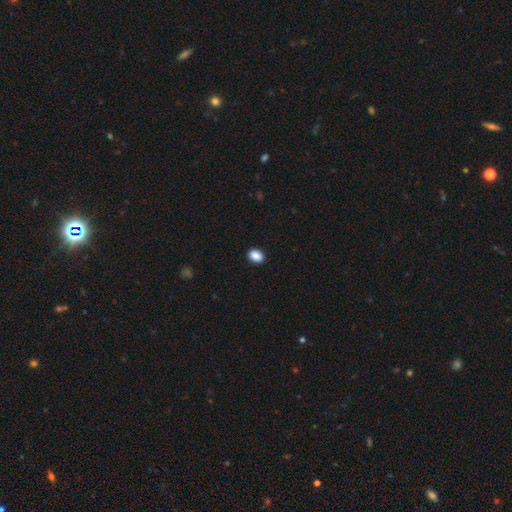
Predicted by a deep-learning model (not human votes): smooth 89%, star or artifact 8%, featured or disk 3%. Down the decision tree: how rounded — in between (75%); merging — none (90%).